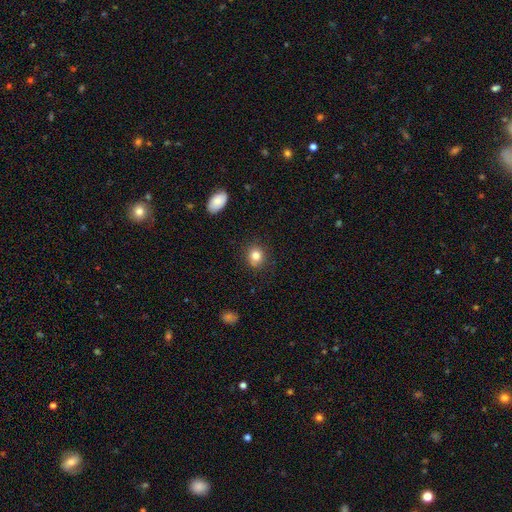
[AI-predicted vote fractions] Smooth or featured? smooth (83%)
How rounded? round (74%)
Merging? none (85%)